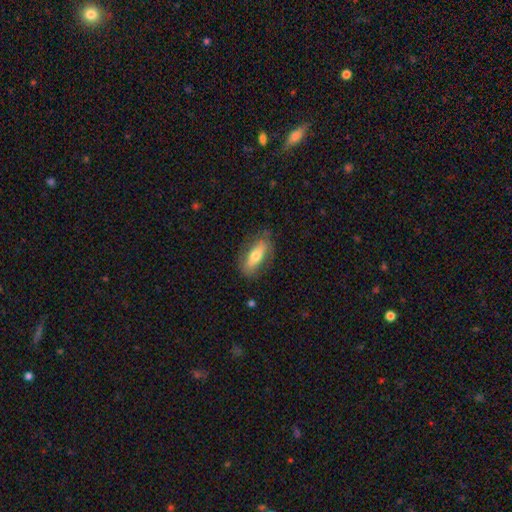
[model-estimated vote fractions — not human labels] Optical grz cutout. It shows a smooth galaxy with no disk features (60%) that is in between round and cigar-shaped (69%). Merging: none (78%).